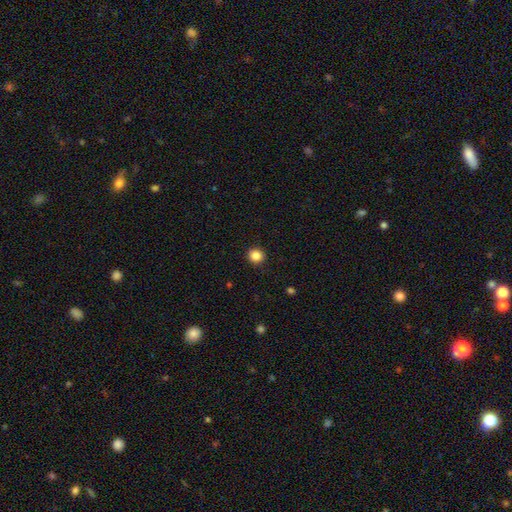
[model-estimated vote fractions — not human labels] Smooth or featured? smooth (85%)
How rounded? round (90%)
Merging? none (92%)